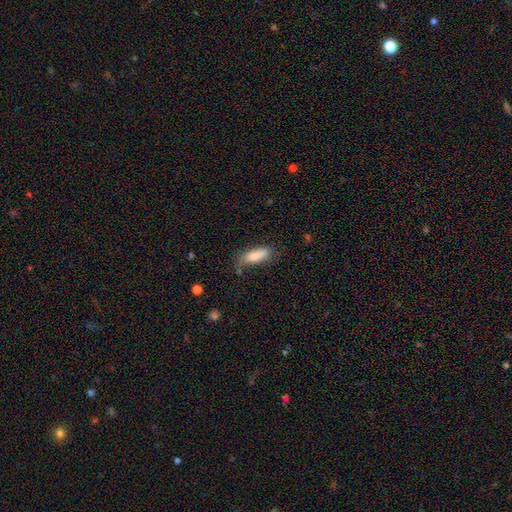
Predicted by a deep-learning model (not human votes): smooth-or-featured: smooth: 81% | featured or disk: 12% | star or artifact: 7%
  how-rounded: in between: 61% | cigar-shaped: 37% | round: 2%
  merging: none: 60% | minor disturbance: 27% | major disturbance: 8% | merger: 5%